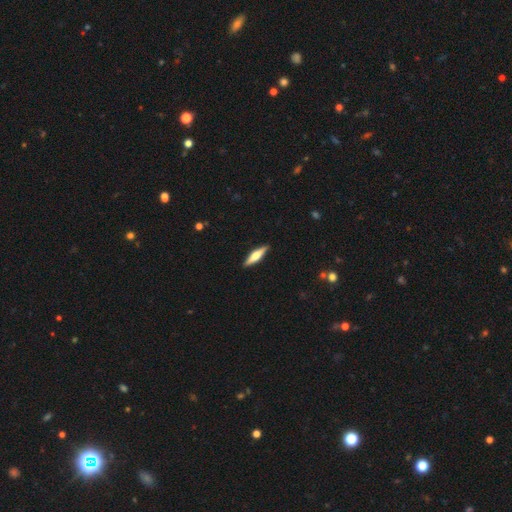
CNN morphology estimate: Smooth or featured? Predicted: featured or disk (p=0.48). Merging? Predicted: none (p=0.90).